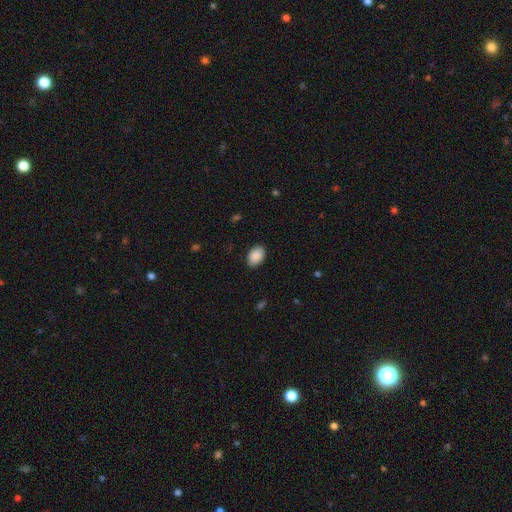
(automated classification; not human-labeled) smooth_or_featured: smooth (p=0.90) [alt: star or artifact p=0.07]
how_rounded: in between (p=0.87) [alt: round p=0.12]
merging: none (p=0.88) [alt: minor disturbance p=0.09]